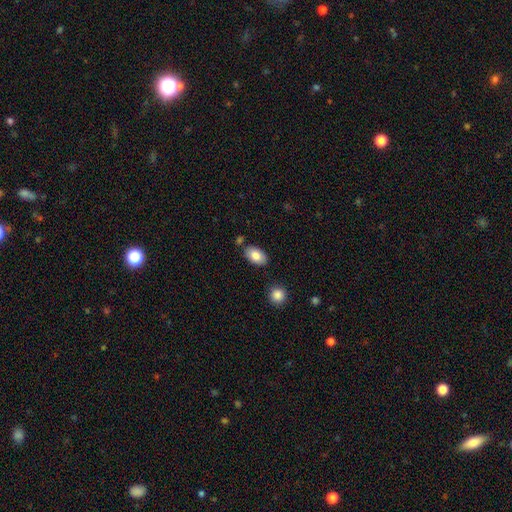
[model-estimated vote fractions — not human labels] Smooth or featured: smooth — 82% (featured or disk — 11%)
How rounded: in between — 91% (round — 8%)
Merging: none — 80% (minor disturbance — 12%)